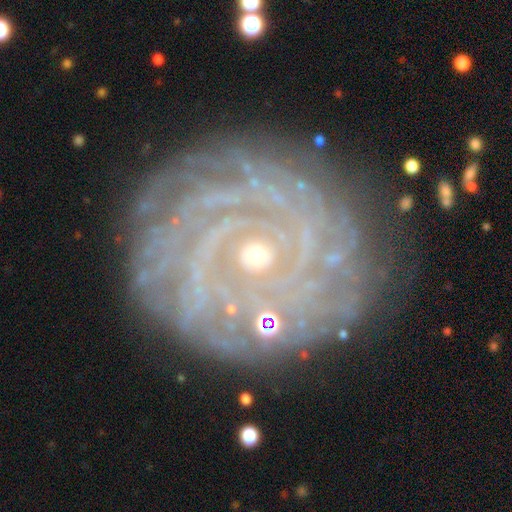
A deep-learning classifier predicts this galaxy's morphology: smooth-or-featured: featured or disk: 82% | star or artifact: 9% | smooth: 9%
  disk-edge-on: no: 97% | yes: 3%
    bar: no: 73% | weak: 19% | strong: 8%
    has-spiral-arms: yes: 94% | no: 6%
      spiral-winding: tight: 85% | medium: 12% | loose: 3%
      spiral-arm-count: can't tell: 33% | more than 4: 20% | 4: 15% | 3: 12% | 2: 12% | 1: 8%
    bulge-size: small: 70% | moderate: 26% | large: 2% | none: 2% | dominant: 1%
  merging: none: 81% | minor disturbance: 12% | major disturbance: 5% | merger: 2%